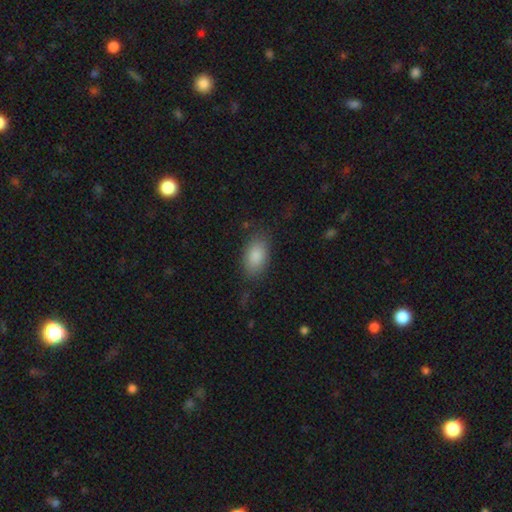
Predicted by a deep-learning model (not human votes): Overall: smooth (86%). How rounded: in between (91%). Merging: none (78%).